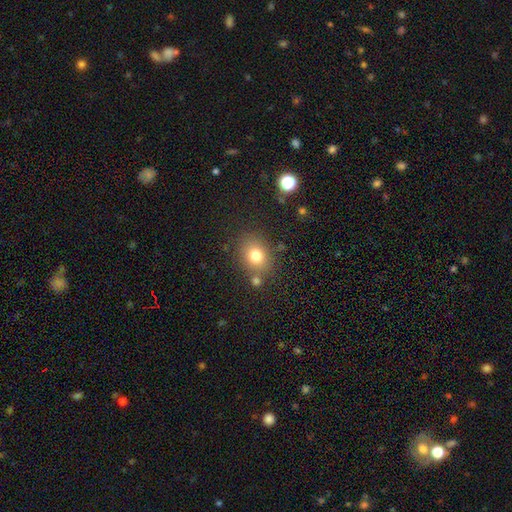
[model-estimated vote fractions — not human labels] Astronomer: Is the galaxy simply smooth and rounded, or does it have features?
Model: smooth — 77%.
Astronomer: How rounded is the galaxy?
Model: round — 53% (runner-up: in between, 46%).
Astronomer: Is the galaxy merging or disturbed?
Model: none — 74%.